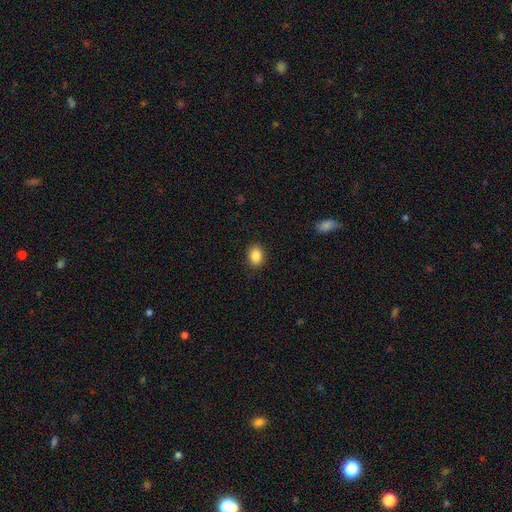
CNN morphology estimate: smooth_or_featured: smooth (p=0.87) [alt: star or artifact p=0.08]
how_rounded: in between (p=0.70) [alt: round p=0.29]
merging: none (p=0.88) [alt: minor disturbance p=0.09]